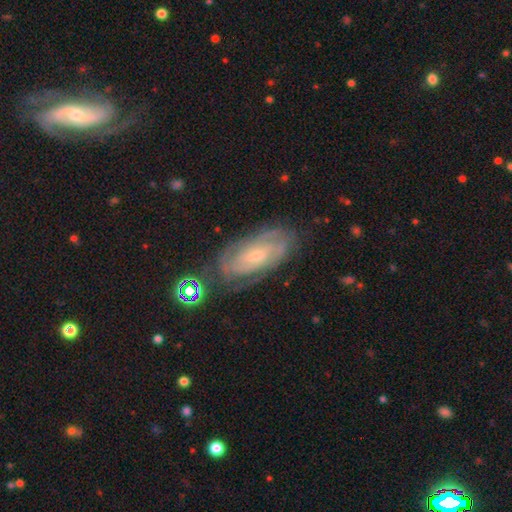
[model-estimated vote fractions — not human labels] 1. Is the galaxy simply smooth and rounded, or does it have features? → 76% featured or disk, 16% smooth, 8% star or artifact.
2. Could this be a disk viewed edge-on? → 92% no, 8% yes.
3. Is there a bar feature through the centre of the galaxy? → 52% no, 38% weak, 10% strong.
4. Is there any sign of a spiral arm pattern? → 91% yes, 9% no.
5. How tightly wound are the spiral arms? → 67% tight, 27% medium, 7% loose.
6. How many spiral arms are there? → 46% can't tell, 28% 2, 13% 3, 6% 4, 4% 1, 4% more than 4.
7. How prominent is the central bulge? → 60% small, 32% moderate, 5% none, 3% large, 1% dominant.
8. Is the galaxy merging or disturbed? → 74% none, 17% minor disturbance, 6% major disturbance, 2% merger.